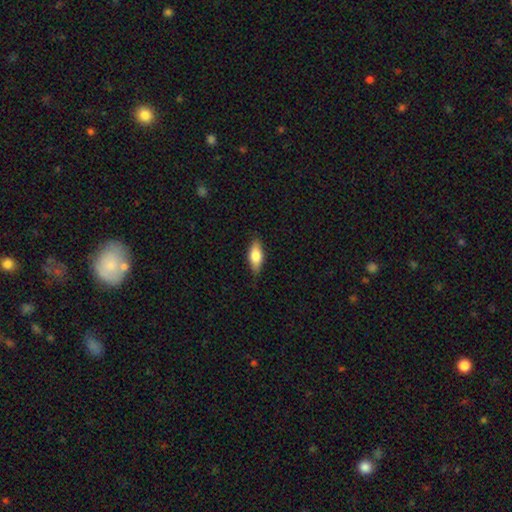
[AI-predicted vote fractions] Q: Smooth or featured?
A: smooth (74%); runner-up: featured or disk (20%)
Q: How rounded?
A: in between (78%); runner-up: cigar-shaped (20%)
Q: Merging?
A: none (82%); runner-up: minor disturbance (15%)